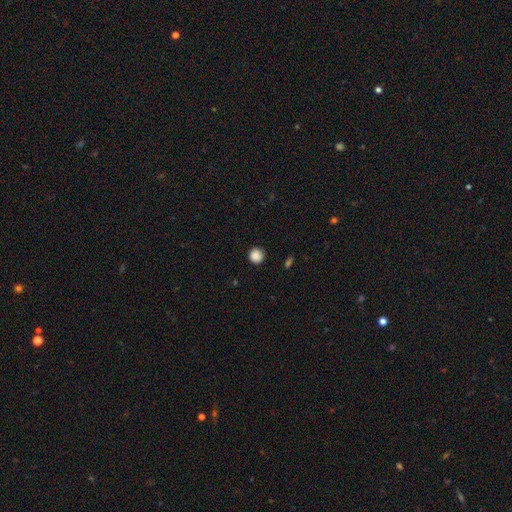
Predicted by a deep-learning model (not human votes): Smooth or featured? smooth (88%)
How rounded? round (93%)
Merging? none (89%)